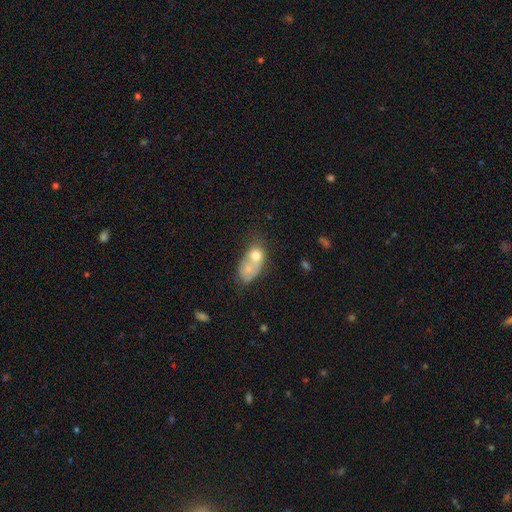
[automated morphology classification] A smooth galaxy with no disk features (67%) that is in between round and cigar-shaped (61%).

Vote fractions:
- Smooth or featured? smooth: 67% / featured or disk: 24% / star or artifact: 9%
- How rounded? in between: 61% / round: 37% / cigar-shaped: 2%
- Merging? merger: 71% / none: 15% / minor disturbance: 8% / major disturbance: 7%